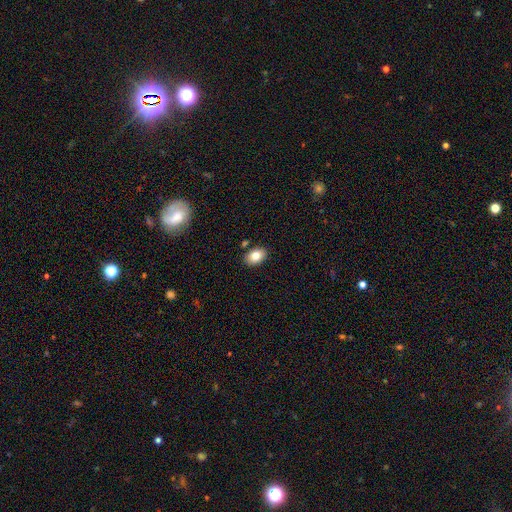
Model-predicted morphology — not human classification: The model was most divided on "how rounded": in between: 83%, round: 16%, cigar-shaped: 1%. More confident: merging — none (84%); smooth or featured — smooth (81%).